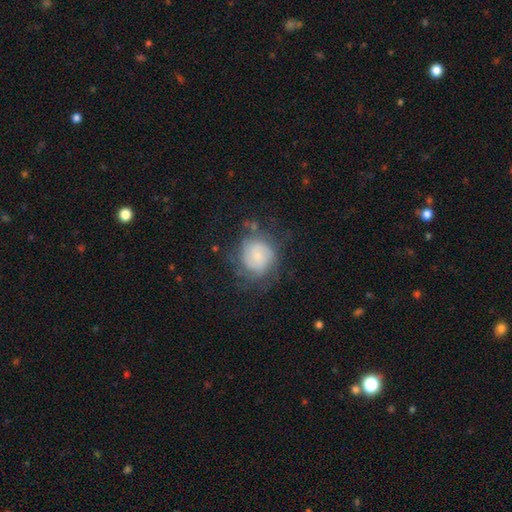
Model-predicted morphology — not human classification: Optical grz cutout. It shows a featured or disk galaxy (56%) with no bar (68%), spiral arms (86%) and a small central bulge (59%). Merging: none (60%).